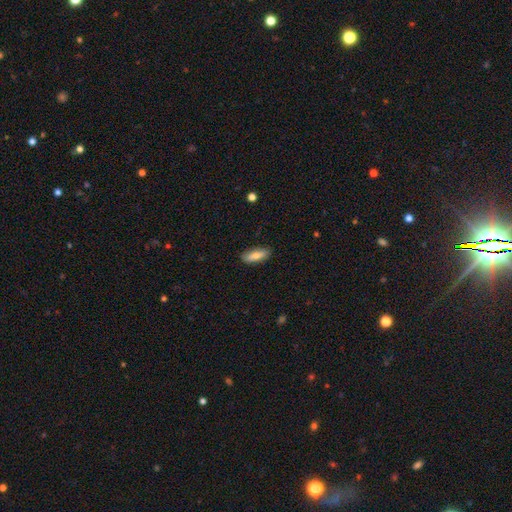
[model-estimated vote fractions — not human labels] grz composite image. It shows a smooth galaxy with no disk features (76%) that is in between round and cigar-shaped (63%). Merging: none (87%).